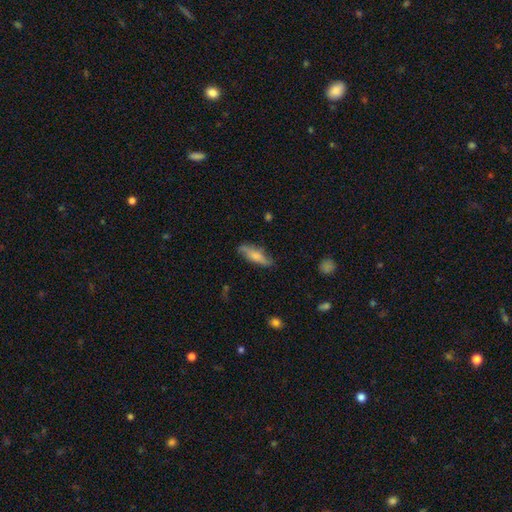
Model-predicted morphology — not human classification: smooth-or-featured: smooth: 66% | featured or disk: 27% | star or artifact: 7%
  how-rounded: cigar-shaped: 54% | in between: 44% | round: 2%
  merging: none: 74% | minor disturbance: 20% | major disturbance: 4% | merger: 2%